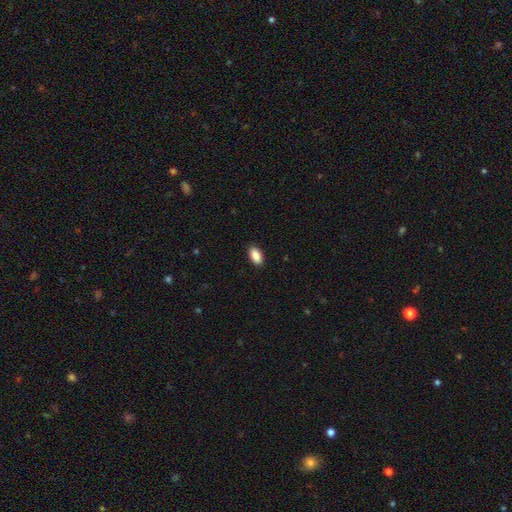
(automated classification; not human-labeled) Smooth or featured?
  - smooth: 90% *
  - star or artifact: 7%
  - featured or disk: 4%
How rounded?
  - in between: 93% *
  - cigar-shaped: 3%
  - round: 3%
Merging?
  - none: 89% *
  - minor disturbance: 8%
  - major disturbance: 2%
  - merger: 1%